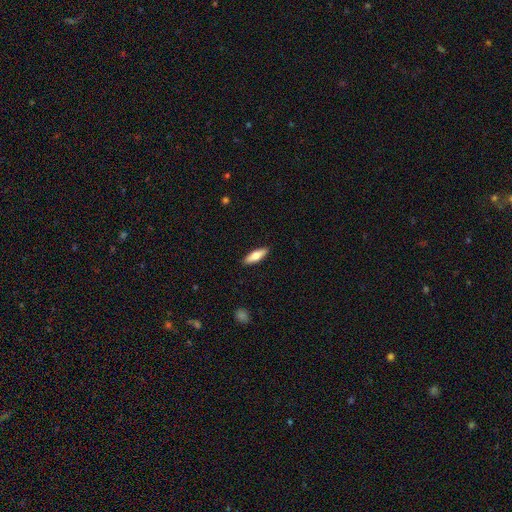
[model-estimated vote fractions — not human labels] Q: Smooth or featured?
A: smooth (68%); runner-up: featured or disk (26%)
Q: How rounded?
A: in between (50%); runner-up: cigar-shaped (48%)
Q: Merging?
A: none (90%); runner-up: minor disturbance (8%)